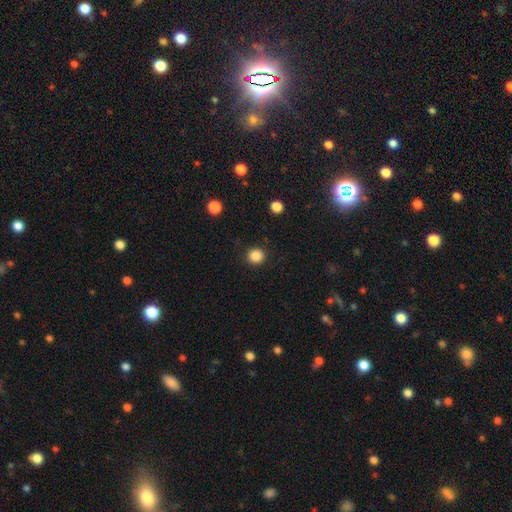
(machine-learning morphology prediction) This is clearly a smooth galaxy (86%). How rounded: clearly round (92%). Merging: clearly none (90%).